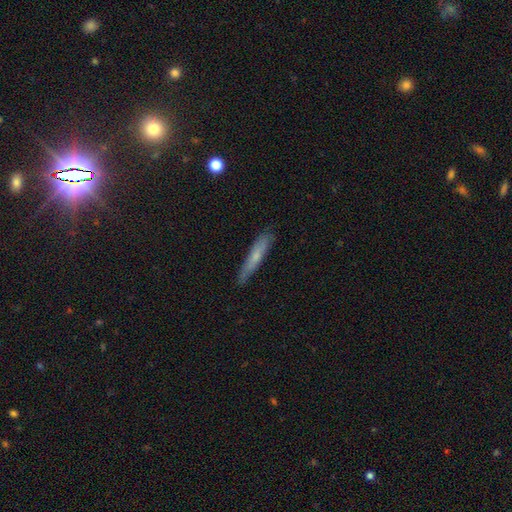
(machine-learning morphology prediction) Smooth or featured: smooth — 61% (featured or disk — 32%)
How rounded: cigar-shaped — 93% (in between — 6%)
Merging: none — 82% (minor disturbance — 15%)